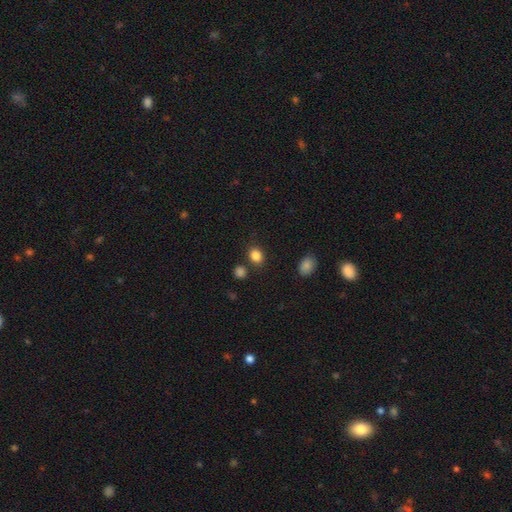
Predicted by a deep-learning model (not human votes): A smooth galaxy with no disk features (85%) that is round (54%).

Vote fractions:
- Smooth or featured? smooth: 85% / star or artifact: 11% / featured or disk: 4%
- How rounded? round: 54% / in between: 45% / cigar-shaped: 1%
- Merging? none: 80% / minor disturbance: 10% / merger: 7% / major disturbance: 3%